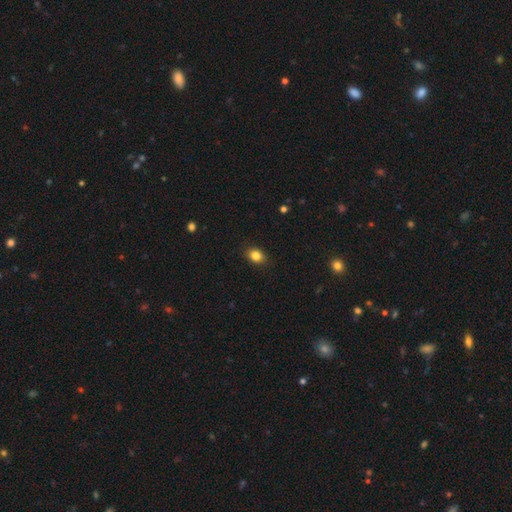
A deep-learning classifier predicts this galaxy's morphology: This is clearly a smooth galaxy (83%). How rounded: possibly in between (58%). Merging: clearly none (87%).